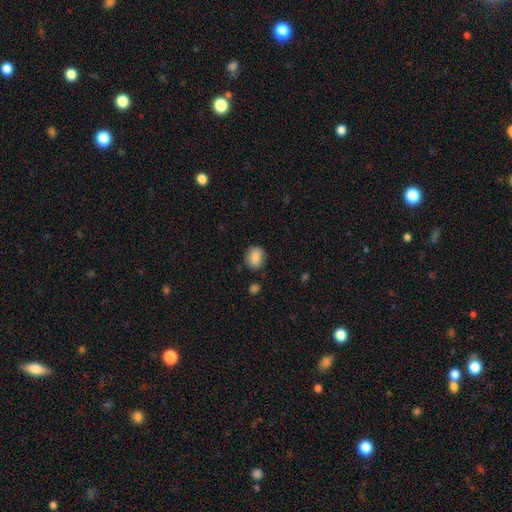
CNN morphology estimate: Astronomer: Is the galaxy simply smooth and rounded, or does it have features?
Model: smooth — 86%.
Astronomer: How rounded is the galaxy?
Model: round — 59% (runner-up: in between, 40%).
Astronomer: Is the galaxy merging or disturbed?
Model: none — 83%.